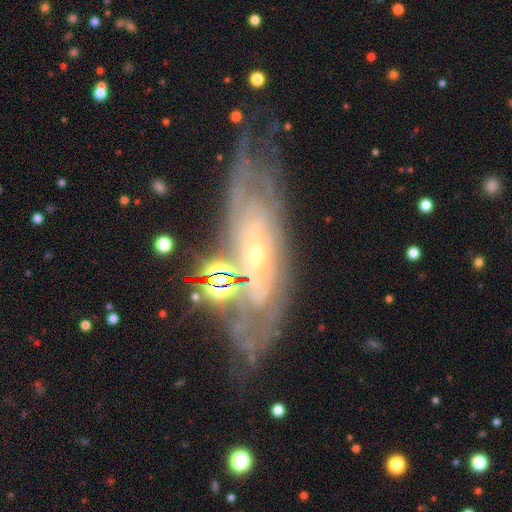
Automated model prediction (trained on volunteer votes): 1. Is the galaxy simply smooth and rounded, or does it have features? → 80% featured or disk, 11% smooth, 9% star or artifact.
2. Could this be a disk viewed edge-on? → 81% no, 19% yes.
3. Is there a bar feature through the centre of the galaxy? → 57% no, 29% weak, 14% strong.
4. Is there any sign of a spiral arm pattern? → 85% yes, 15% no.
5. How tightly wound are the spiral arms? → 68% tight, 24% medium, 8% loose.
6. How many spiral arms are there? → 58% can't tell, 15% 2, 8% 3, 7% 4, 6% more than 4, 5% 1.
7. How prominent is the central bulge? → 78% small, 17% moderate, 2% none, 2% large, 1% dominant.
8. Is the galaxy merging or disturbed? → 65% none, 20% minor disturbance, 10% major disturbance, 5% merger.